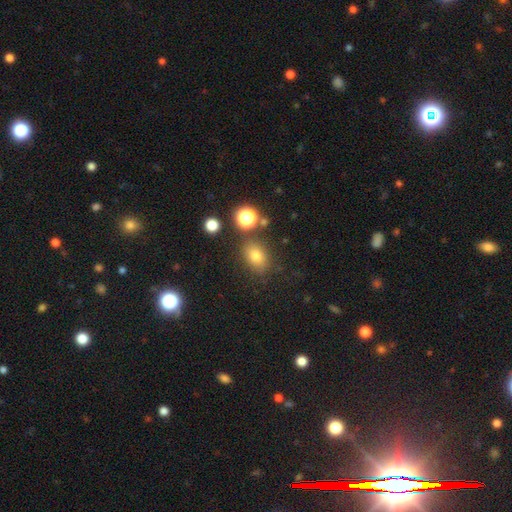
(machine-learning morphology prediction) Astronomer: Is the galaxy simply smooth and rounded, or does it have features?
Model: smooth — 73%.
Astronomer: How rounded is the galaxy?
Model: in between — 63%.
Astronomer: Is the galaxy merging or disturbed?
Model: none — 79%.